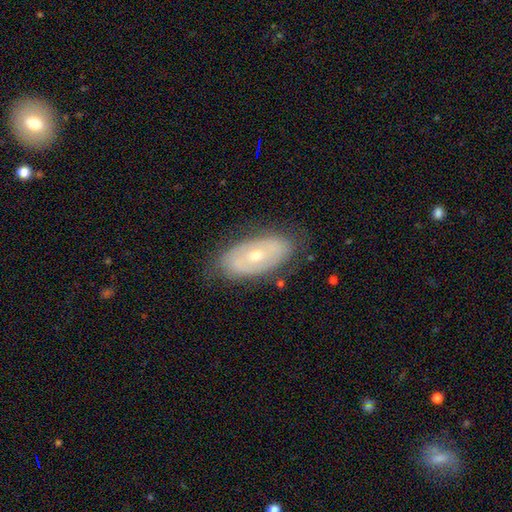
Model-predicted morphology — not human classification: A featured or disk galaxy (59%) with no bar (79%), no spiral arms (65%) and a moderate central bulge (49%).

Vote fractions:
- Smooth or featured? featured or disk: 59% / smooth: 34% / star or artifact: 7%
- Edge-on disk? no: 89% / yes: 11%
- Bar? no: 79% / weak: 16% / strong: 6%
- Spiral arms? no: 65% / yes: 35%
- Bulge size? moderate: 49% / small: 48% / large: 2% / none: 1% / dominant: 1%
- Merging? none: 77% / minor disturbance: 17% / major disturbance: 5% / merger: 1%